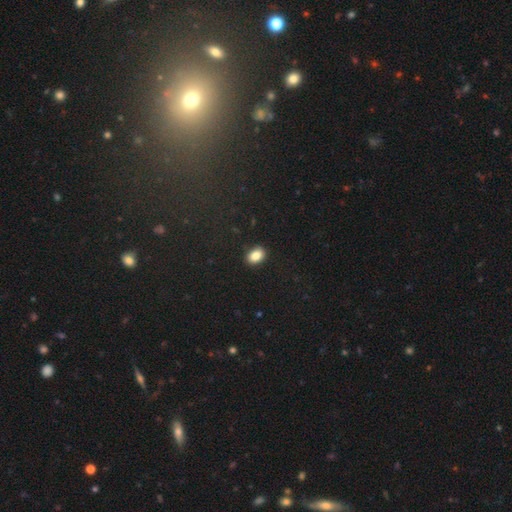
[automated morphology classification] A smooth galaxy with no disk features (86%) that is in between round and cigar-shaped (77%). Merging: none (89%).